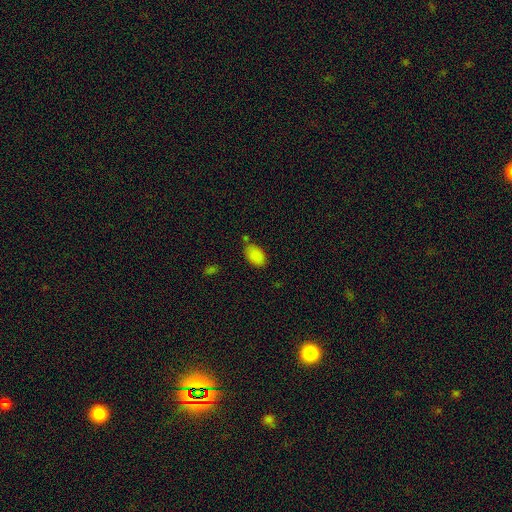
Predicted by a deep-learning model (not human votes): Smooth or featured?
  - smooth: 88% *
  - star or artifact: 8%
  - featured or disk: 4%
How rounded?
  - in between: 92% *
  - round: 7%
  - cigar-shaped: 1%
Merging?
  - none: 70% *
  - minor disturbance: 18%
  - merger: 8%
  - major disturbance: 4%